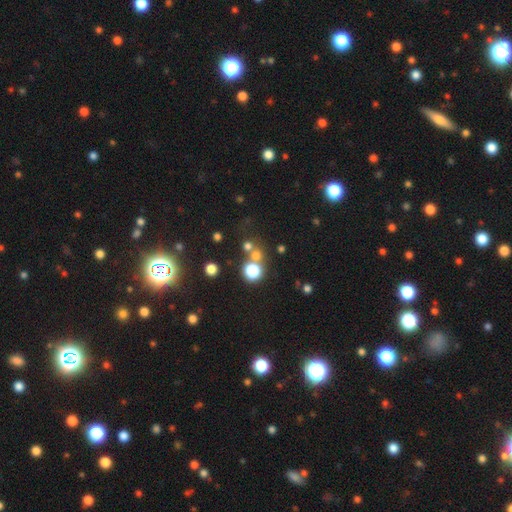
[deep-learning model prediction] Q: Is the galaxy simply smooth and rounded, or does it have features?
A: smooth — 62%.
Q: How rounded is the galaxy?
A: round — 89%.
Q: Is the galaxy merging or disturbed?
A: none — 60%.